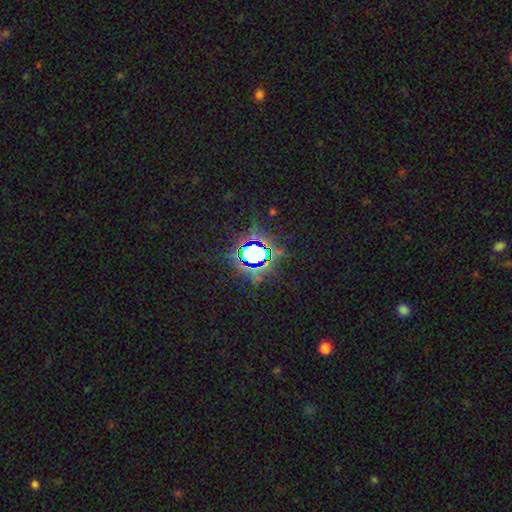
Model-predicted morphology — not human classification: Smooth or featured? star or artifact (75%)